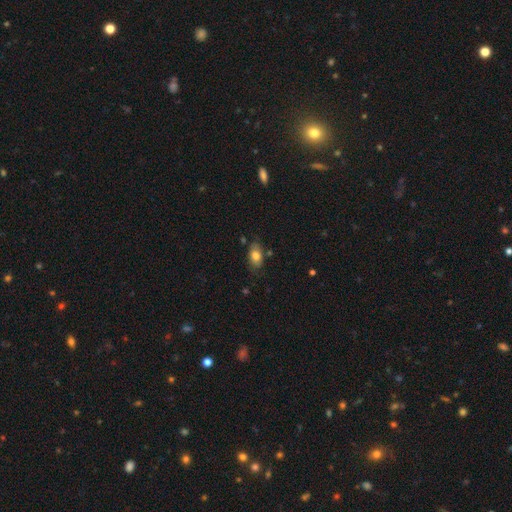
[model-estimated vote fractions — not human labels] smooth 78%, featured or disk 14%, star or artifact 8%. Down the decision tree: how rounded — in between (89%); merging — none (75%).